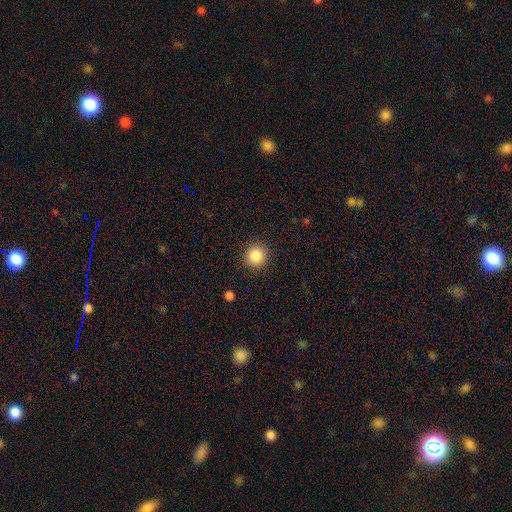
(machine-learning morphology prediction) The model was most divided on "smooth or featured": smooth: 86%, star or artifact: 10%, featured or disk: 4%. More confident: how rounded — round (93%); merging — none (90%).